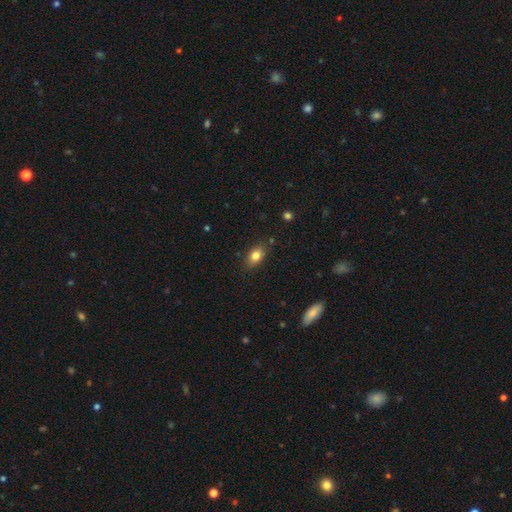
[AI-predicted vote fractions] A smooth galaxy with no disk features (81%) that is in between round and cigar-shaped (82%). Merging: none (83%).